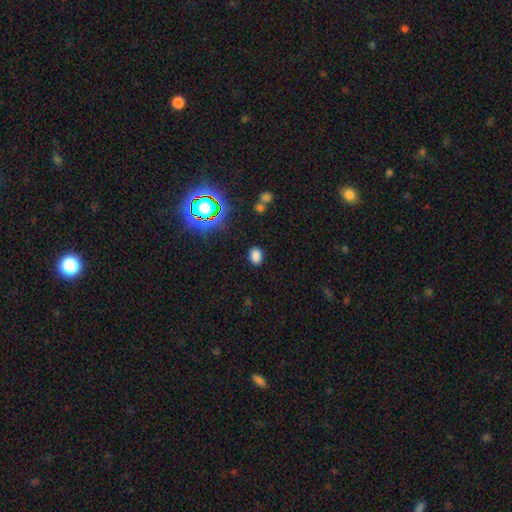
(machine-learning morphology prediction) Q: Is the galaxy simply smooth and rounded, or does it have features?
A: smooth — 76%.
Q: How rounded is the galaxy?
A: in between — 65%.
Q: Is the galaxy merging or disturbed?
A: none — 86%.